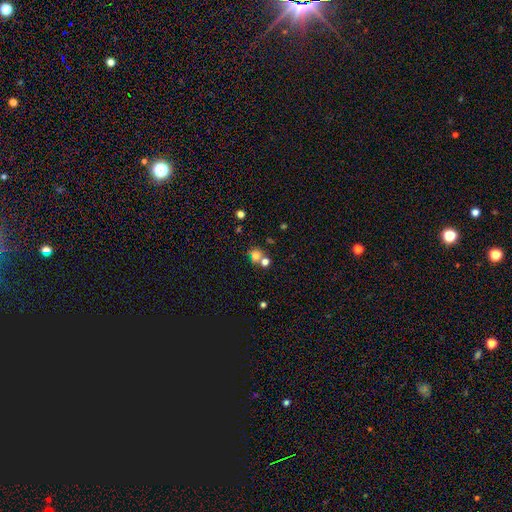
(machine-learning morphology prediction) A smooth galaxy with no disk features (72%) that is round (79%).

Vote fractions:
- Smooth or featured? smooth: 72% / star or artifact: 16% / featured or disk: 12%
- How rounded? round: 79% / in between: 20% / cigar-shaped: 1%
- Merging? none: 46% / merger: 41% / minor disturbance: 8% / major disturbance: 5%